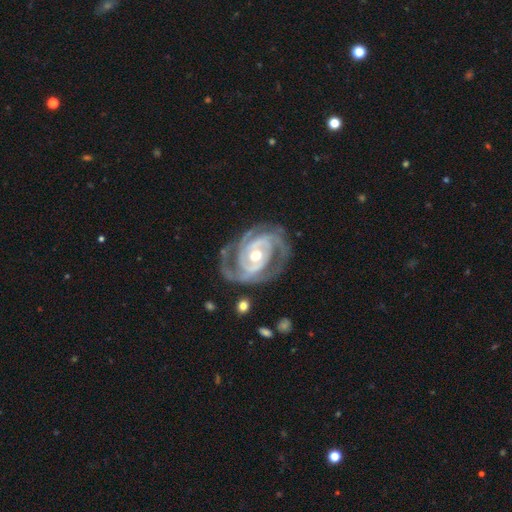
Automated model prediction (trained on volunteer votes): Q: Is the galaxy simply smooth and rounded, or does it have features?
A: featured or disk — 92%.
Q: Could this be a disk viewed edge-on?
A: no — 97%.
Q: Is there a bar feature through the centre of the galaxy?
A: no — 49%.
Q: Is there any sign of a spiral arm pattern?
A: yes — 96%.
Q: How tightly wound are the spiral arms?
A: tight — 61%.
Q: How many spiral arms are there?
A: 2 — 51%.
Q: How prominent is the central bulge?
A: moderate — 74%.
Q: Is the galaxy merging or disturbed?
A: none — 73%.